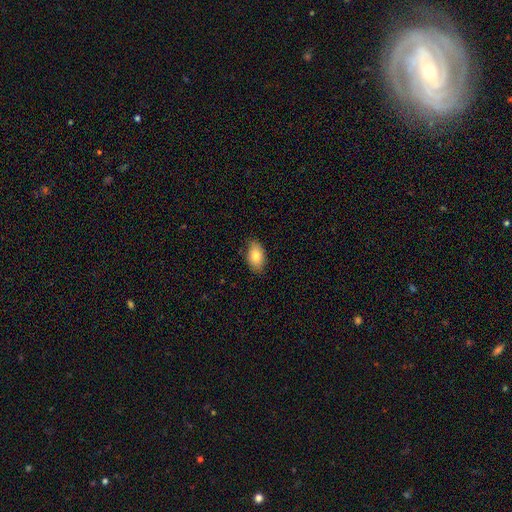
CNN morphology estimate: The model was most divided on "merging": none: 81%, minor disturbance: 15%, major disturbance: 3%, merger: 1%. More confident: how rounded — in between (91%); smooth or featured — smooth (81%).